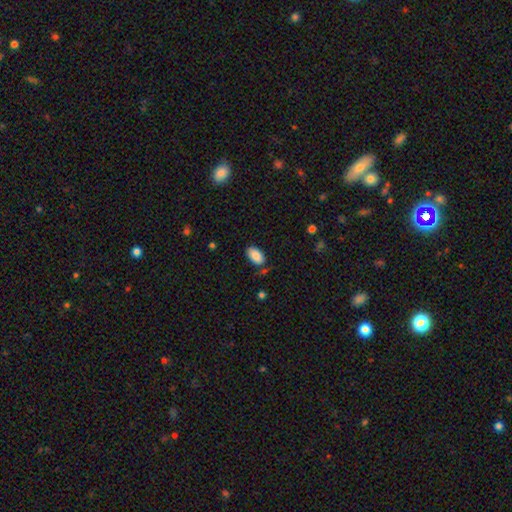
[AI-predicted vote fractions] smooth-or-featured: smooth: 88% | star or artifact: 7% | featured or disk: 5%
  how-rounded: in between: 95% | round: 4% | cigar-shaped: 2%
  merging: none: 77% | minor disturbance: 16% | major disturbance: 4% | merger: 4%